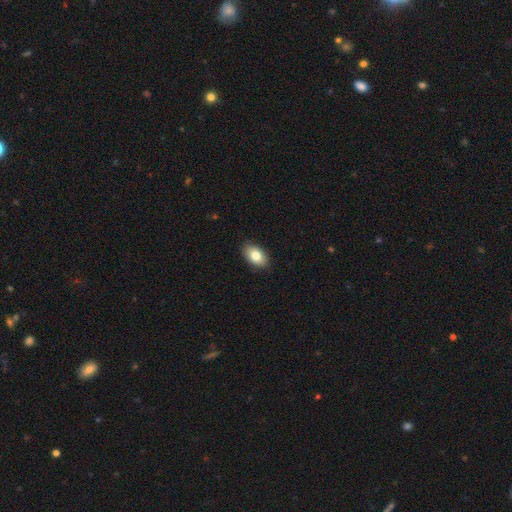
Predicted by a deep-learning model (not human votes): smooth_or_featured: smooth (p=0.81) [alt: featured or disk p=0.12]
how_rounded: in between (p=0.92) [alt: round p=0.07]
merging: none (p=0.88) [alt: minor disturbance p=0.09]